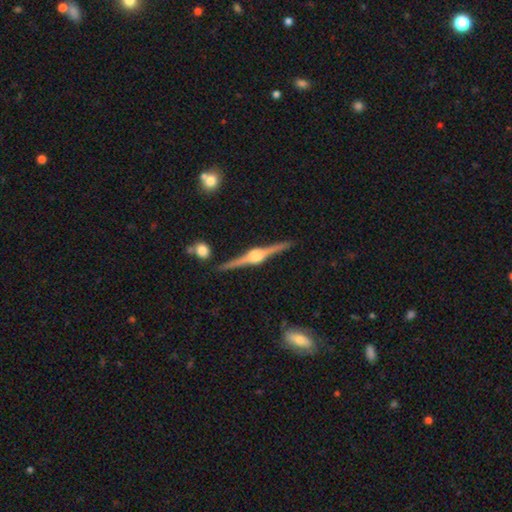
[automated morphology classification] type=featured or disk (90%); edge-on=yes (98%); edge-on bulge=rounded (92%); merging=none (90%).